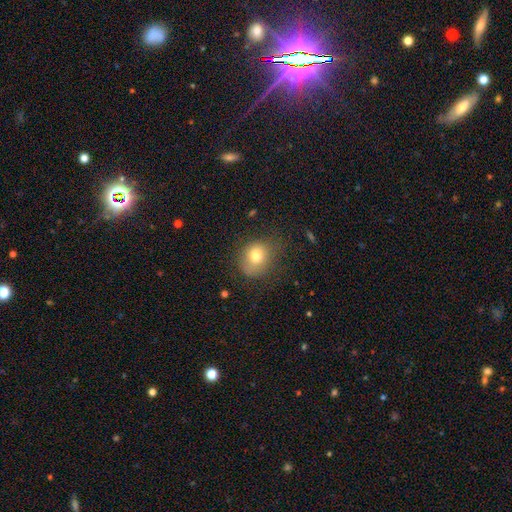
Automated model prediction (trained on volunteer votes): Overall: smooth (75%). How rounded: round (66%; in between 33%). Merging: none (65%).